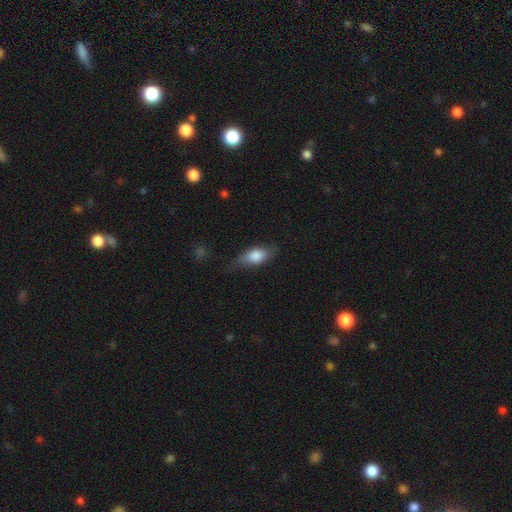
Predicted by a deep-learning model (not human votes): Smooth or featured? smooth (75%)
How rounded? in between (82%)
Merging? none (61%)